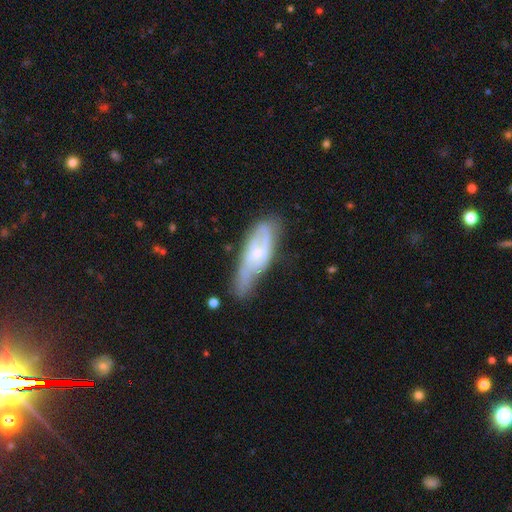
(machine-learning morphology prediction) type=featured or disk (61%); edge-on=no (72%); merging=none (52%).